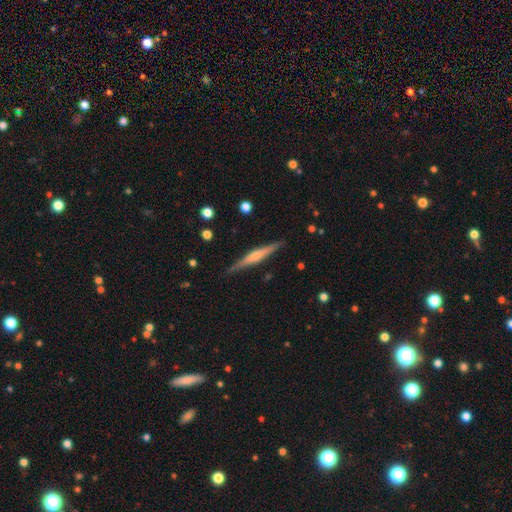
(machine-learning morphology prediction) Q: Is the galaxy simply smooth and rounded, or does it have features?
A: featured or disk — 61%.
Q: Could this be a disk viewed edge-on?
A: yes — 97%.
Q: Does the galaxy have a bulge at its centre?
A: rounded — 63%.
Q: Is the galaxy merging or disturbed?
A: none — 88%.